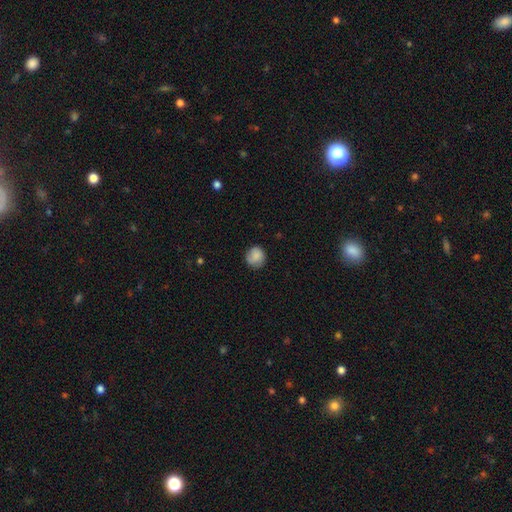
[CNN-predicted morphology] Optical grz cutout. It shows a smooth galaxy with no disk features (83%) that is round (87%). Merging: none (77%).